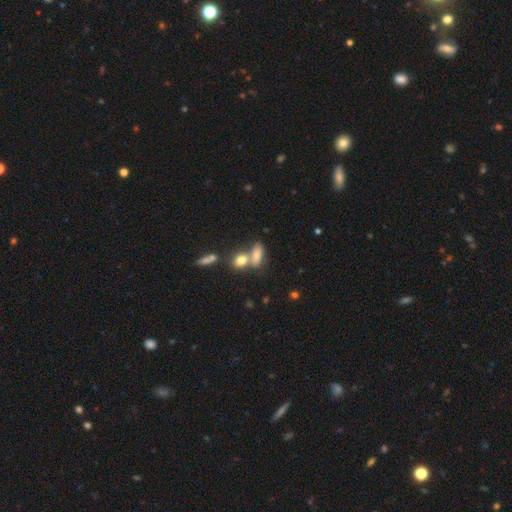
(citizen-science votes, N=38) smooth-or-featured: smooth: 84% | featured or disk: 11% | star or artifact: 5%
  how-rounded: in between: 84% | cigar-shaped: 12% | round: 3%
  merging: none: 56% | merger: 28% | minor disturbance: 11% | major disturbance: 6%